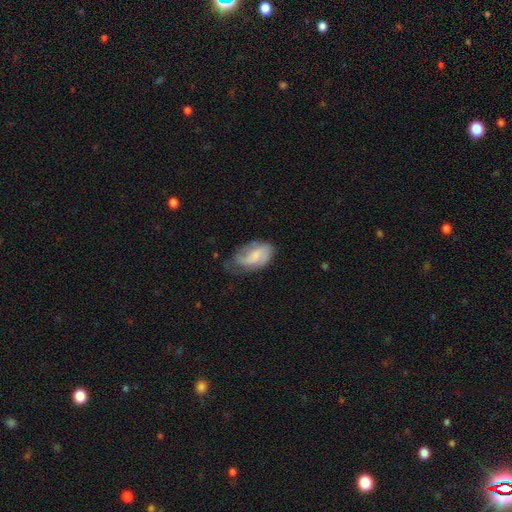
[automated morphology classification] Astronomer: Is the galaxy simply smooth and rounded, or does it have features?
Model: smooth — 50% (runner-up: featured or disk, 43%).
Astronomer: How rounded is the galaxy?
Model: in between — 91%.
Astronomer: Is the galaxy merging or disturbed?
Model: none — 42% (runner-up: minor disturbance, 37%).